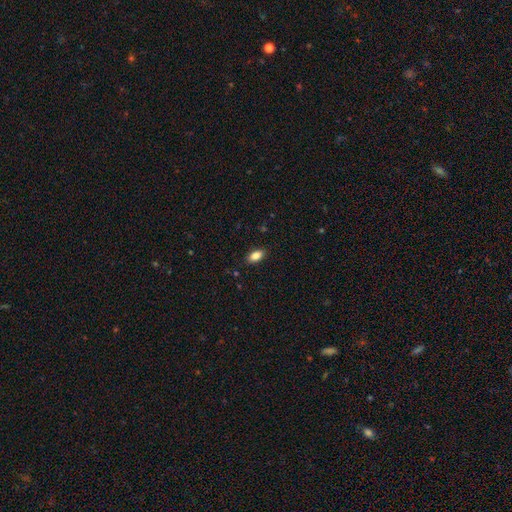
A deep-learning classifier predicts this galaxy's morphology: The model was most divided on "smooth or featured": smooth: 86%, star or artifact: 8%, featured or disk: 6%. More confident: how rounded — in between (91%); merging — none (88%).